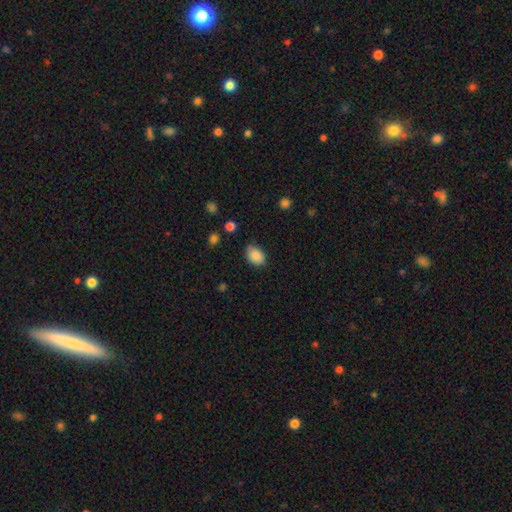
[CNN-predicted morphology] Smooth or featured? smooth (87%)
How rounded? in between (76%)
Merging? none (73%)